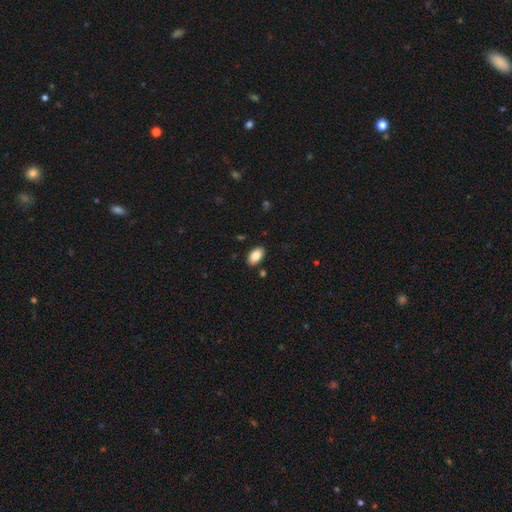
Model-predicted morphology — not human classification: This appears to be a smooth galaxy with no disk features (87%) that is in between round and cigar-shaped (94%). Merging: none (88%).